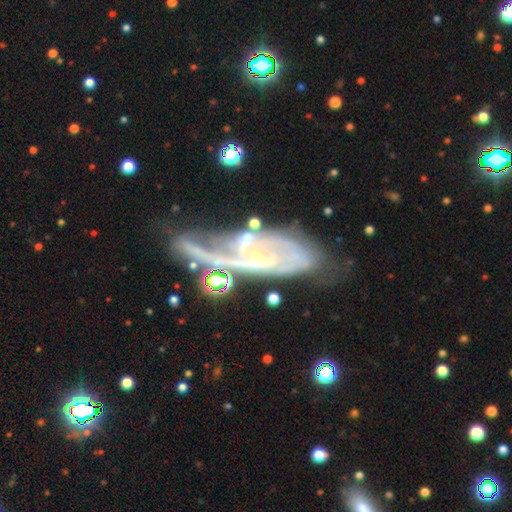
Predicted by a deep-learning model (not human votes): featured or disk 79%, smooth 11%, star or artifact 10%. Down the decision tree: edge-on disk — no (87%); bar — no (62%); spiral arms — yes (90%); spiral arm count — can't tell (35%); spiral winding — tight (55%); bulge size — small (78%); merging — none (52%).